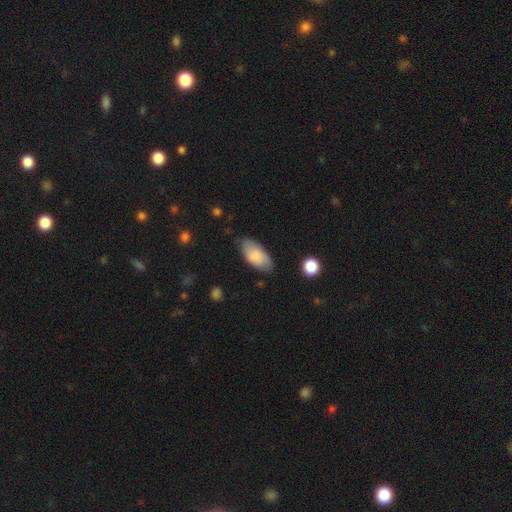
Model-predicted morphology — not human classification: A smooth galaxy with no disk features (81%) that is in between round and cigar-shaped (92%).

Vote fractions:
- Smooth or featured? smooth: 81% / featured or disk: 13% / star or artifact: 6%
- How rounded? in between: 92% / cigar-shaped: 6% / round: 2%
- Merging? none: 75% / minor disturbance: 20% / major disturbance: 4% / merger: 2%